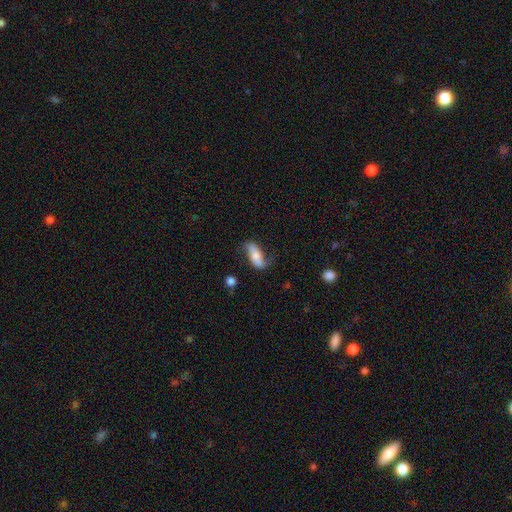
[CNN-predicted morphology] type=featured or disk (53%); edge-on=no (83%); merging=none (60%).